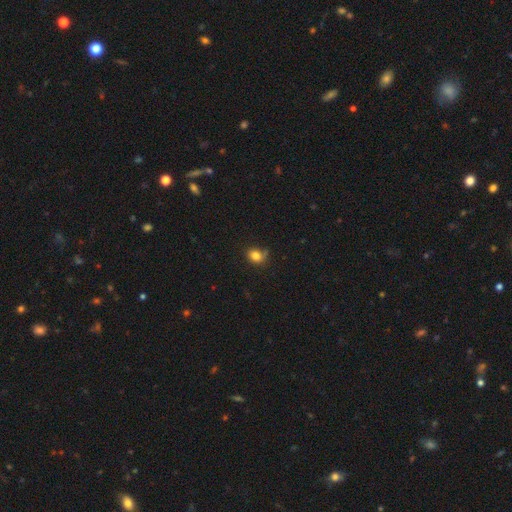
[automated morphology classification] This is clearly a smooth galaxy (81%). How rounded: possibly round (59%). Merging: likely none (63%).